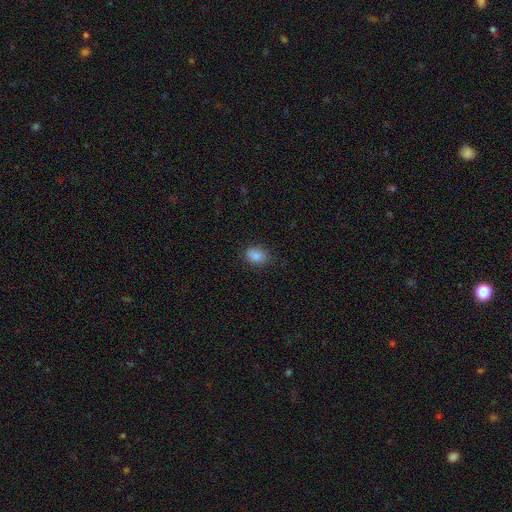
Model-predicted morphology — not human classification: Smooth or featured? smooth (84%)
How rounded? in between (68%)
Merging? none (82%)